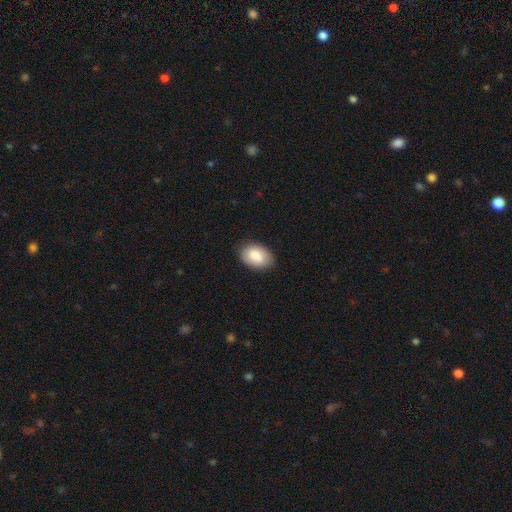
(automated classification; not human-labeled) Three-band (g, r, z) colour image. It shows a smooth galaxy with no disk features (82%) that is in between round and cigar-shaped (89%). Merging: none (82%).